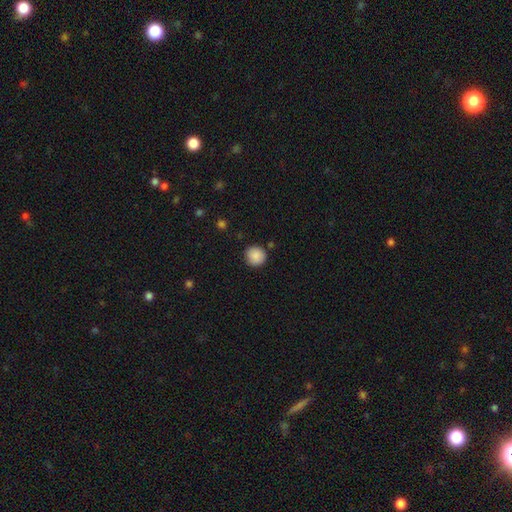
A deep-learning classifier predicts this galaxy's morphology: type=smooth (88%); roundness=round (91%); merging=none (86%).